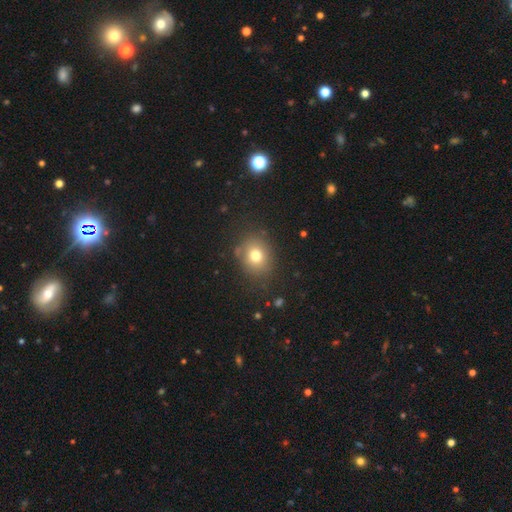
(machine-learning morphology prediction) This appears to be a smooth galaxy with no disk features (74%) that is round (65%). Merging: none (81%).